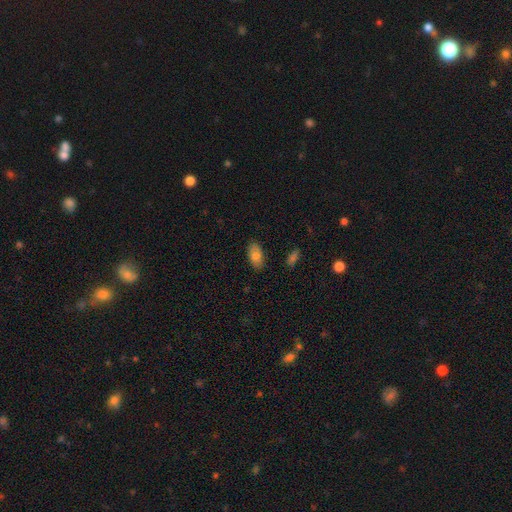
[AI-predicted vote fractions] smooth 77%, featured or disk 15%, star or artifact 8%. Down the decision tree: how rounded — in between (93%); merging — none (85%).